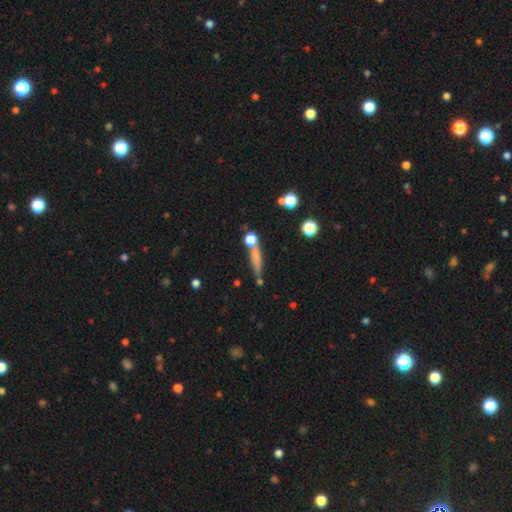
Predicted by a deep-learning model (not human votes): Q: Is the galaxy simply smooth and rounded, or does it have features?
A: smooth — 63%.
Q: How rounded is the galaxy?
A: cigar-shaped — 79%.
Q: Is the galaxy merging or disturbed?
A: none — 62%.